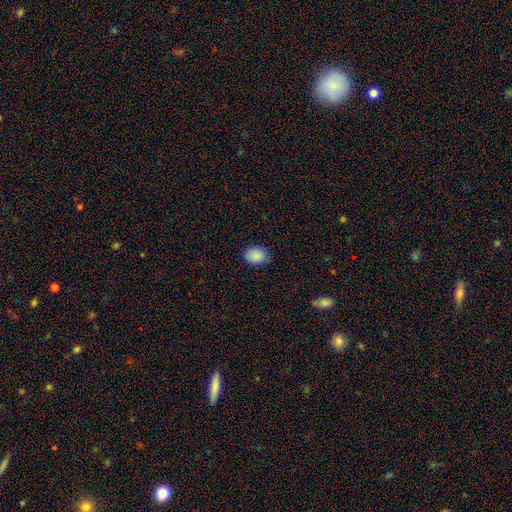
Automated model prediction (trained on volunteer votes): Smooth or featured?
  - smooth: 88% *
  - star or artifact: 8%
  - featured or disk: 4%
How rounded?
  - round: 50% *
  - in between: 49%
  - cigar-shaped: 1%
Merging?
  - none: 78% *
  - minor disturbance: 18%
  - major disturbance: 3%
  - merger: 1%